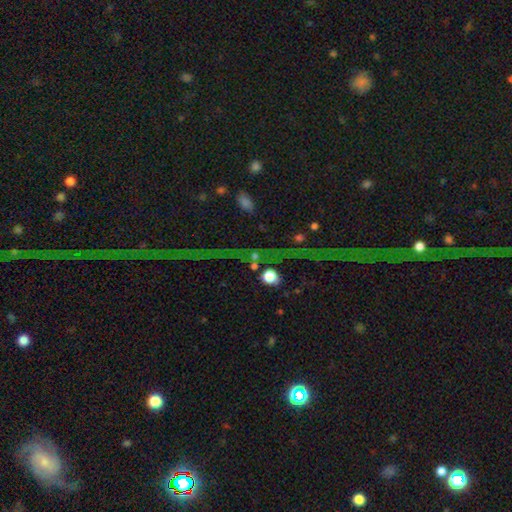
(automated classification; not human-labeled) smooth-or-featured: star or artifact: 71% | featured or disk: 15% | smooth: 15%